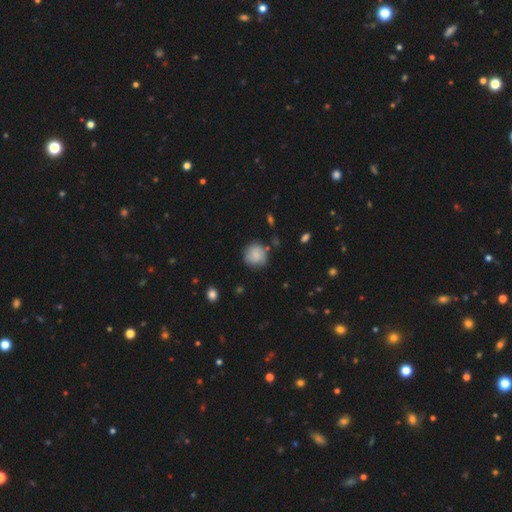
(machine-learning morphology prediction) smooth-or-featured: smooth: 67% | featured or disk: 24% | star or artifact: 8%
  how-rounded: round: 88% | in between: 11% | cigar-shaped: 1%
  merging: none: 73% | minor disturbance: 18% | major disturbance: 5% | merger: 3%